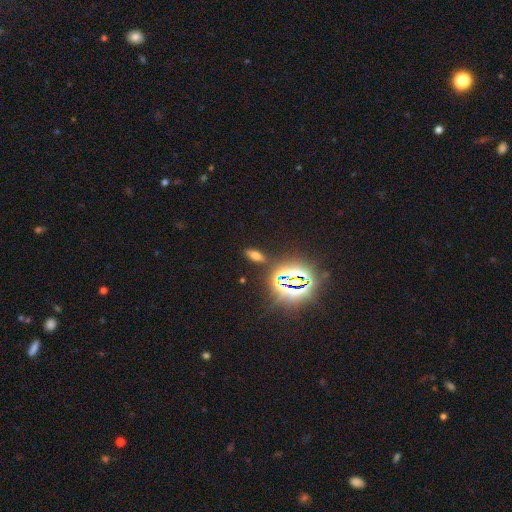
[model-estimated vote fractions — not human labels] Smooth or featured?
  - smooth: 50% *
  - star or artifact: 37%
  - featured or disk: 12%
How rounded?
  - in between: 70% *
  - cigar-shaped: 22%
  - round: 7%
Merging?
  - none: 85% *
  - minor disturbance: 9%
  - major disturbance: 3%
  - merger: 3%